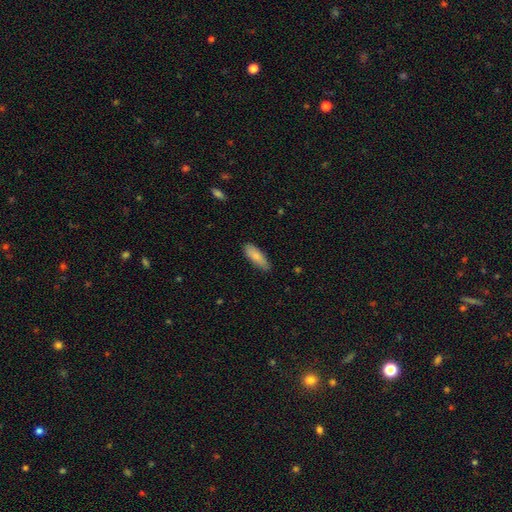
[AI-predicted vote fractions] Morphology: type=smooth (81%); roundness=in between (60%); merging=none (81%).